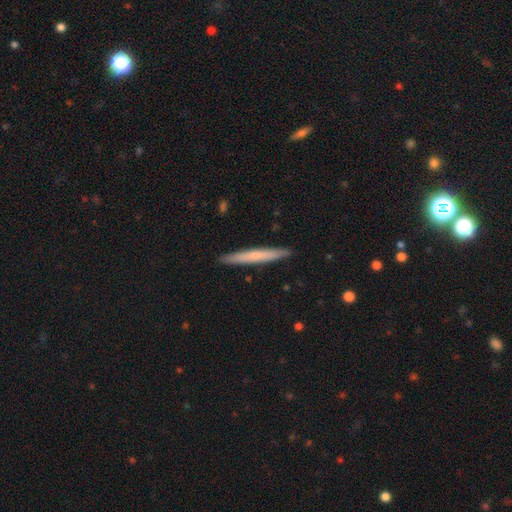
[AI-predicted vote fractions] This appears to be a smooth galaxy with no disk features (61%) that is cigar-shaped (97%). Merging: none (92%).